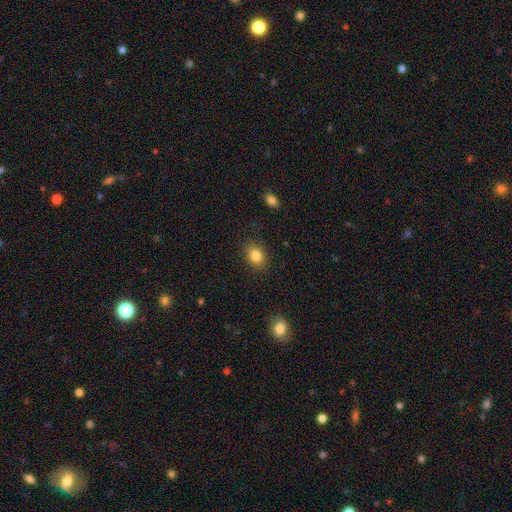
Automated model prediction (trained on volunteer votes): Q: Smooth or featured?
A: smooth (84%); runner-up: star or artifact (9%)
Q: How rounded?
A: in between (58%); runner-up: round (41%)
Q: Merging?
A: none (86%); runner-up: minor disturbance (10%)